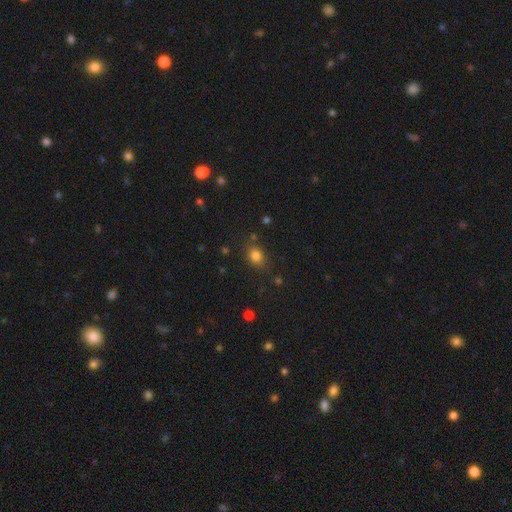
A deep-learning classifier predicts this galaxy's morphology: smooth_or_featured: smooth (p=0.80) [alt: star or artifact p=0.13]
how_rounded: in between (p=0.57) [alt: round p=0.41]
merging: none (p=0.77) [alt: minor disturbance p=0.15]